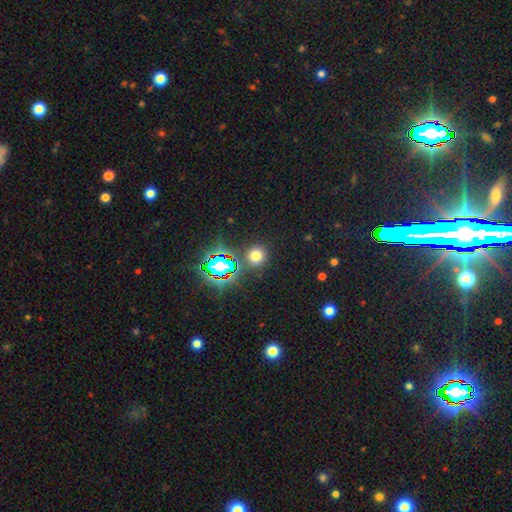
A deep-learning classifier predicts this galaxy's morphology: Smooth or featured? Predicted: smooth (p=0.64). How rounded? Predicted: round (p=0.91). Merging? Predicted: none (p=0.84).